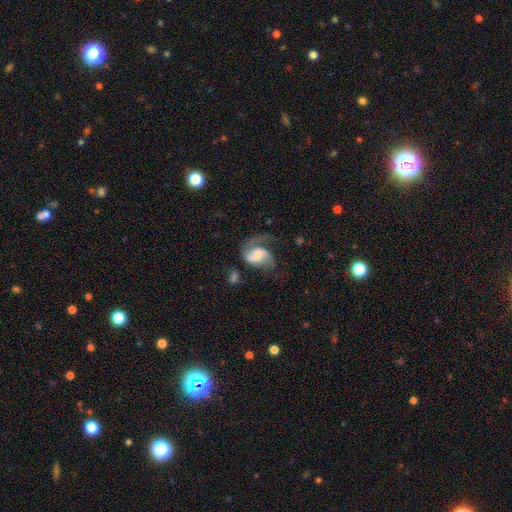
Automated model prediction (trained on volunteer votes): Q: Smooth or featured?
A: featured or disk (66%); runner-up: smooth (27%)
Q: Edge-on disk?
A: no (97%); runner-up: yes (3%)
Q: Bar?
A: no (51%); runner-up: weak (38%)
Q: Spiral arms?
A: yes (84%); runner-up: no (16%)
Q: Spiral winding?
A: loose (49%); runner-up: medium (38%)
Q: Spiral arm count?
A: 2 (51%); runner-up: 1 (38%)
Q: Bulge size?
A: moderate (38%); runner-up: small (31%)
Q: Merging?
A: major disturbance (45%); runner-up: none (27%)